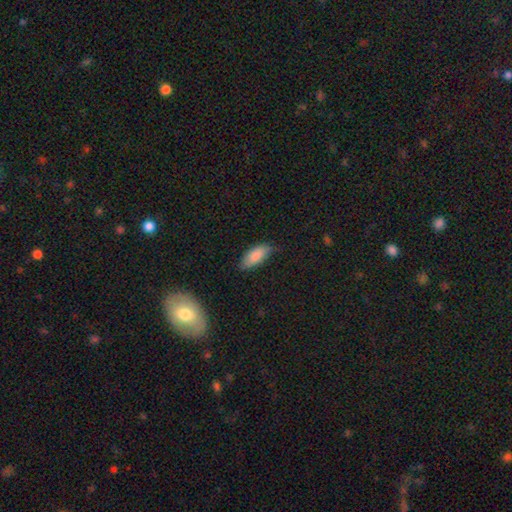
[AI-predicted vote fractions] A smooth galaxy with no disk features (85%) that is in between round and cigar-shaped (84%).

Vote fractions:
- Smooth or featured? smooth: 85% / featured or disk: 8% / star or artifact: 6%
- How rounded? in between: 84% / cigar-shaped: 14% / round: 2%
- Merging? none: 70% / minor disturbance: 24% / major disturbance: 4% / merger: 2%